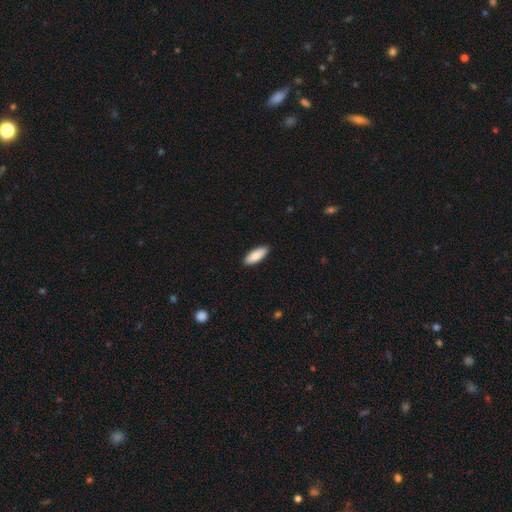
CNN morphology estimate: A smooth galaxy with no disk features (86%) that is in between round and cigar-shaped (70%).

Vote fractions:
- Smooth or featured? smooth: 86% / featured or disk: 8% / star or artifact: 5%
- How rounded? in between: 70% / cigar-shaped: 28% / round: 2%
- Merging? none: 90% / minor disturbance: 8% / major disturbance: 2% / merger: 1%